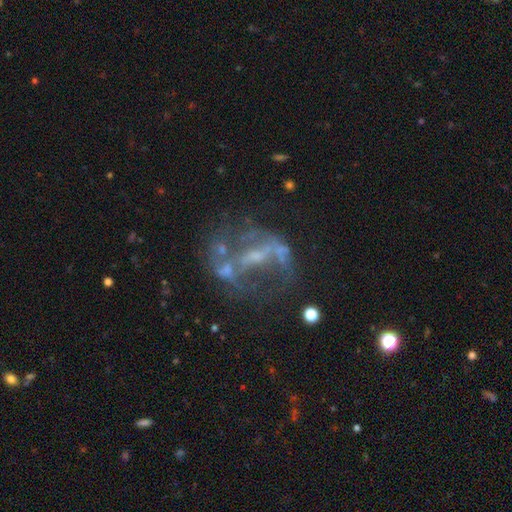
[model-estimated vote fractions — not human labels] Morphology: type=featured or disk (69%); edge-on=no (95%); bar=no (44%); spiral arms=no (62%); bulge=small (44%); merging=none (39%).